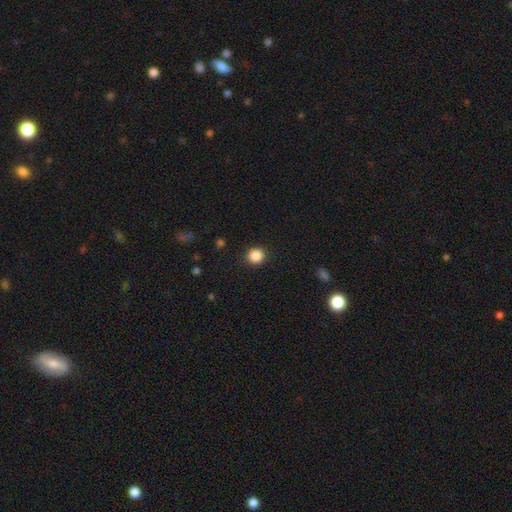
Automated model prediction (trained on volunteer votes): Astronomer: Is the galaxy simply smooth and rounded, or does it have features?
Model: smooth — 86%.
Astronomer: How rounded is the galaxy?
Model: round — 89%.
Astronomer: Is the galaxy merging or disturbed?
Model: none — 90%.